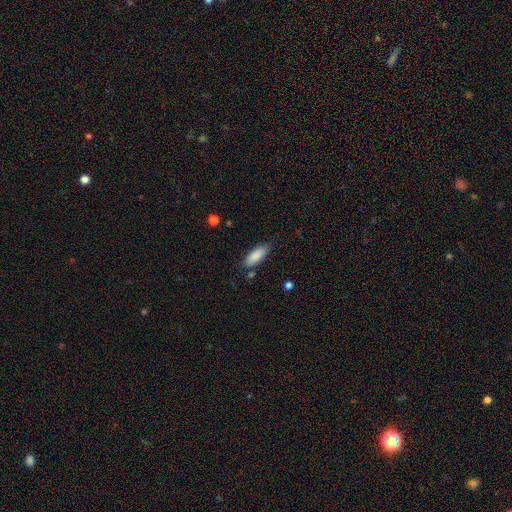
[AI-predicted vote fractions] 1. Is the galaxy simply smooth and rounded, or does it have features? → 88% smooth, 6% star or artifact, 6% featured or disk.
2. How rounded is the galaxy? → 72% in between, 26% cigar-shaped, 2% round.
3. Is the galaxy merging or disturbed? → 79% none, 15% minor disturbance, 3% major disturbance, 3% merger.